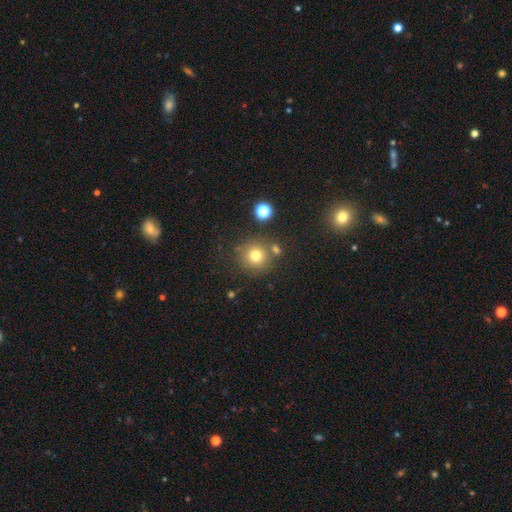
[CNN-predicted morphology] Smooth or featured? Predicted: smooth (p=0.74). How rounded? Predicted: round (p=0.93). Merging? Predicted: none (p=0.75).